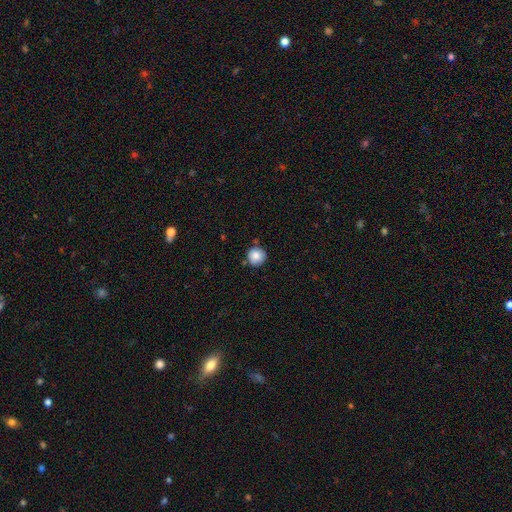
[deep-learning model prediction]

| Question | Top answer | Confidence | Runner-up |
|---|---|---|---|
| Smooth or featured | smooth | 84% | star or artifact (9%) |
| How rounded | round | 95% | in between (4%) |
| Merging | none | 80% | minor disturbance (13%) |